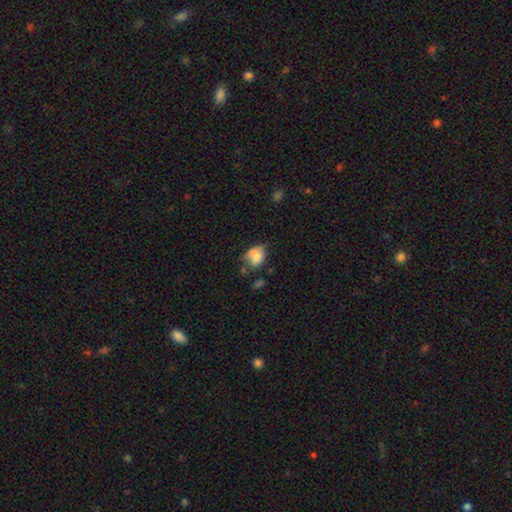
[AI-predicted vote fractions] Overall: smooth (69%). How rounded: in between (68%; round 31%). Merging: none (30%; merger 28%).